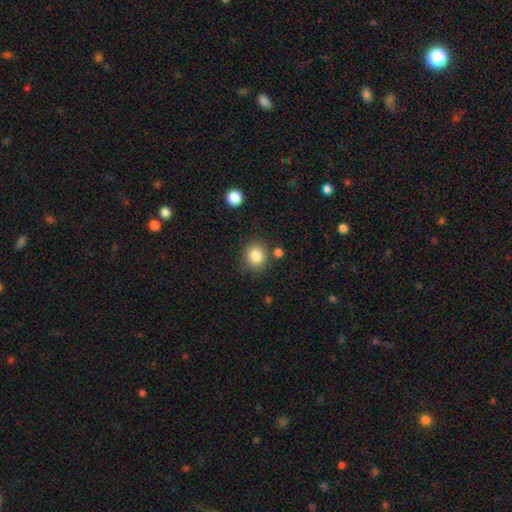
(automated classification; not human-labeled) Morphology: type=smooth (84%); roundness=round (84%); merging=none (80%).